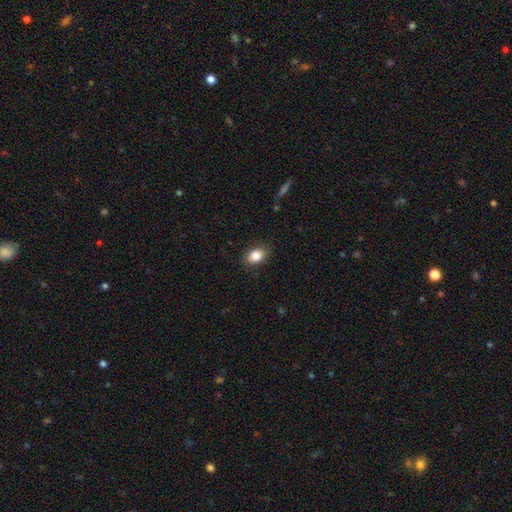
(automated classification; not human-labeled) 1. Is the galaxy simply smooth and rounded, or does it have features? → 83% smooth, 8% star or artifact, 8% featured or disk.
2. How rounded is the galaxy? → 79% in between, 20% round, 1% cigar-shaped.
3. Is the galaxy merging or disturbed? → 84% none, 12% minor disturbance, 3% major disturbance, 1% merger.